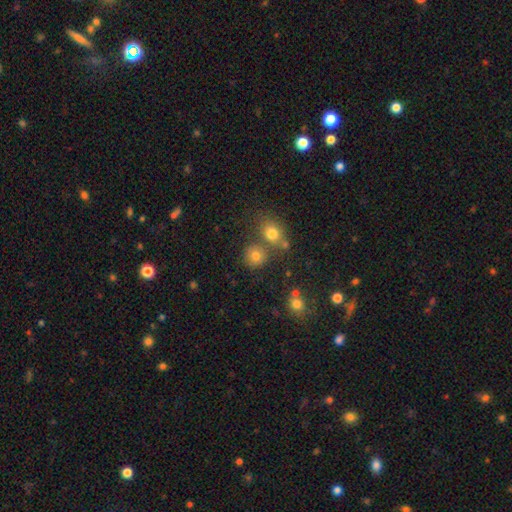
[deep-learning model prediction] Smooth or featured? Predicted: smooth (p=0.76). How rounded? Predicted: round (p=0.85). Merging? Predicted: none (p=0.67).